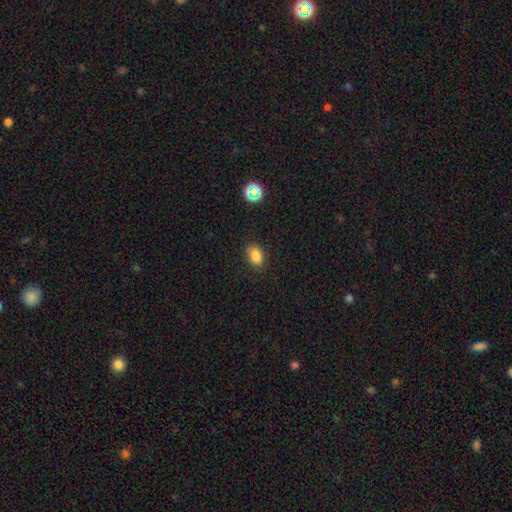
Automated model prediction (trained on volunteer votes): This appears to be a smooth galaxy with no disk features (82%) that is in between round and cigar-shaped (71%). Merging: none (83%).